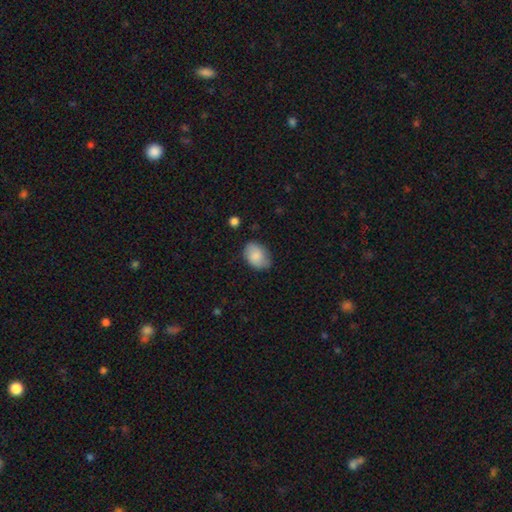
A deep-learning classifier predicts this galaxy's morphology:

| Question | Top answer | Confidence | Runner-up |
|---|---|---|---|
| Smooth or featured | smooth | 81% | featured or disk (12%) |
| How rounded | in between | 82% | round (17%) |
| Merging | none | 74% | minor disturbance (21%) |